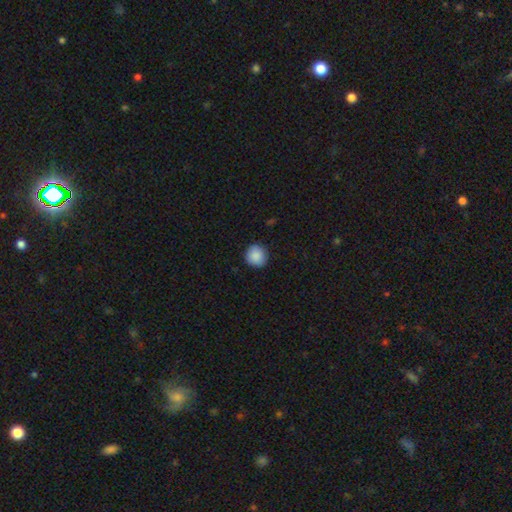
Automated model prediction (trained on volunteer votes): A smooth galaxy with no disk features (89%) that is round (92%). Merging: none (89%).